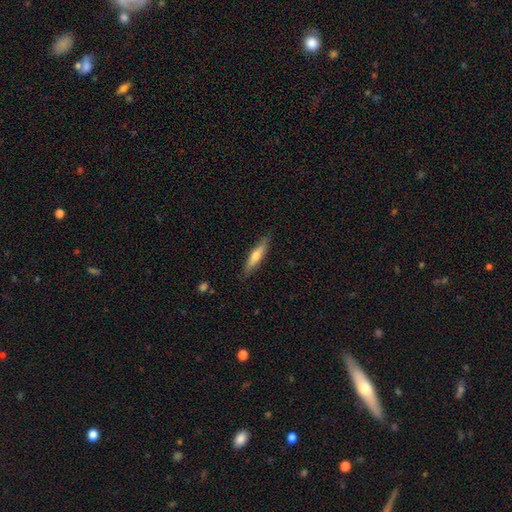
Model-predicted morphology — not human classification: Smooth or featured? smooth (57%)
How rounded? cigar-shaped (80%)
Merging? none (84%)